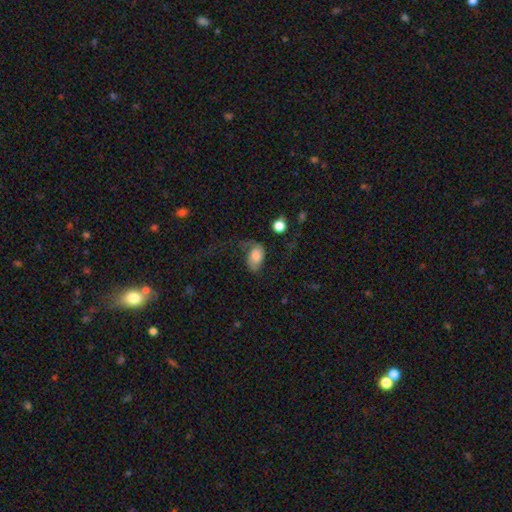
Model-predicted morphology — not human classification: Smooth or featured: smooth — 63% (featured or disk — 28%)
How rounded: in between — 89% (round — 10%)
Merging: major disturbance — 37% (none — 36%)